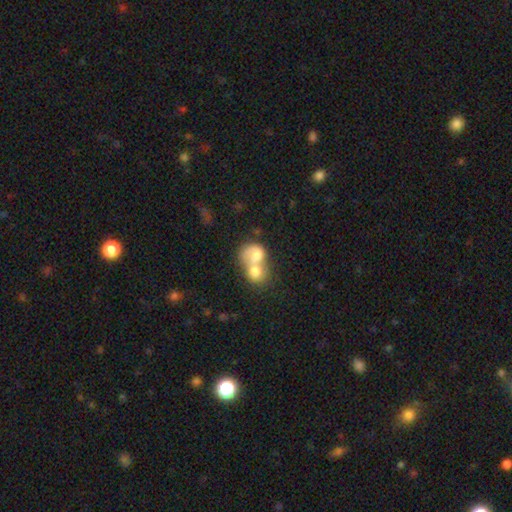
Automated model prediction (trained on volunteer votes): The model was most divided on "how rounded": round: 50%, in between: 49%, cigar-shaped: 1%. More confident: merging — merger (79%); smooth or featured — smooth (67%).